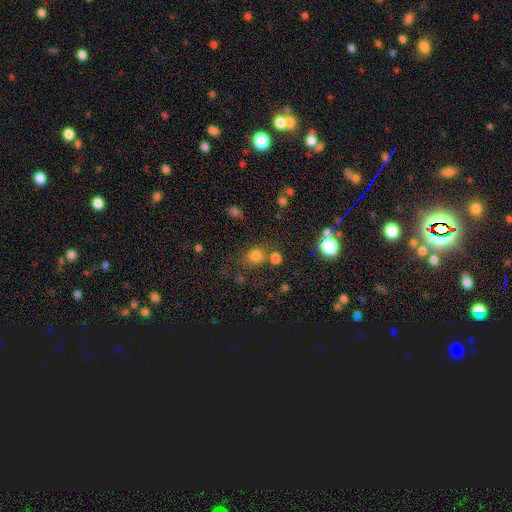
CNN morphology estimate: Smooth or featured? Predicted: smooth (p=0.73). How rounded? Predicted: round (p=0.78). Merging? Predicted: none (p=0.67).